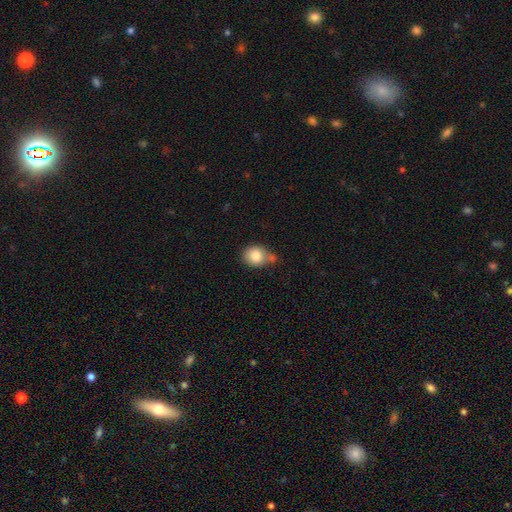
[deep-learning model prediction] This appears to be a smooth galaxy with no disk features (82%) that is round (64%). Merging: none (49%).